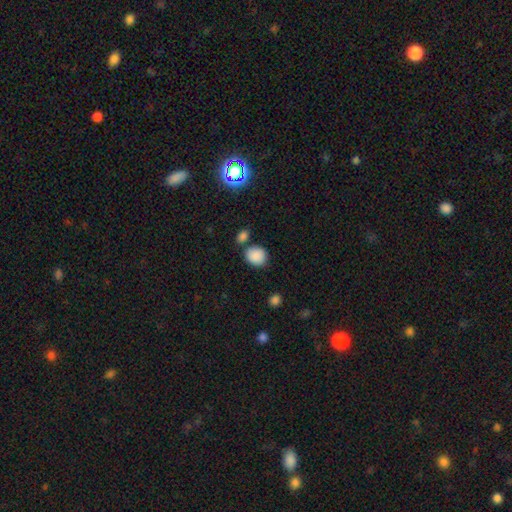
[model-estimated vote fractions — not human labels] Smooth or featured? Predicted: smooth (p=0.87). How rounded? Predicted: round (p=0.65). Merging? Predicted: none (p=0.70).